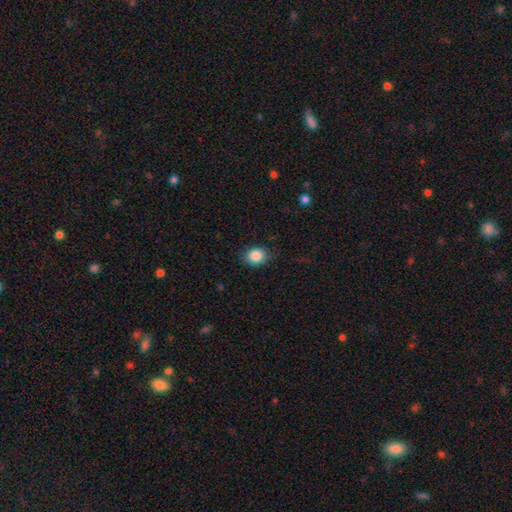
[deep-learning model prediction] Overall: smooth (86%). How rounded: round (64%; in between 35%). Merging: none (80%).